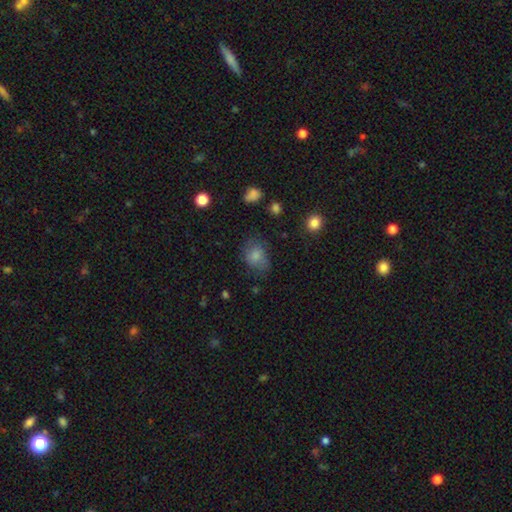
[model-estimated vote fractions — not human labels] This appears to be a smooth galaxy with no disk features (76%) that is in between round and cigar-shaped (57%). Merging: none (56%).